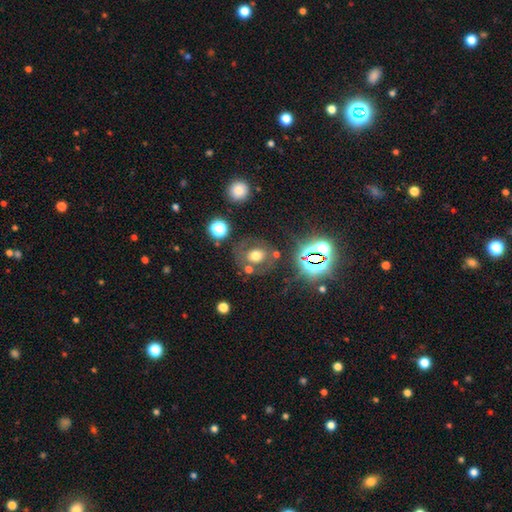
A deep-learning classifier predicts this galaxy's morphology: Smooth or featured?
  - smooth: 51% *
  - featured or disk: 28%
  - star or artifact: 21%
How rounded?
  - round: 69% *
  - in between: 30%
  - cigar-shaped: 1%
Merging?
  - none: 69% *
  - minor disturbance: 14%
  - major disturbance: 10%
  - merger: 8%